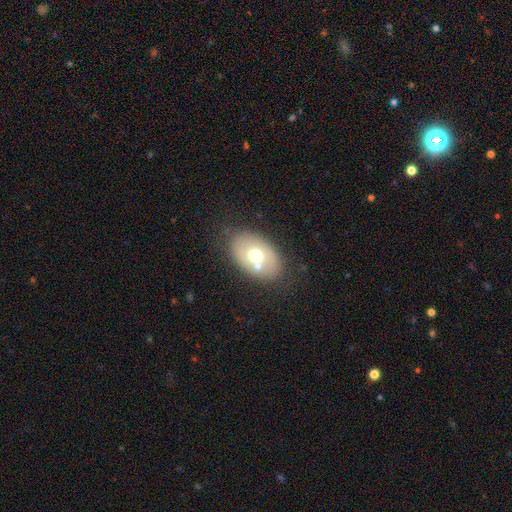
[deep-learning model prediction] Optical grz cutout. It shows a smooth galaxy with no disk features (58%) that is in between round and cigar-shaped (85%). Merging: none (69%).